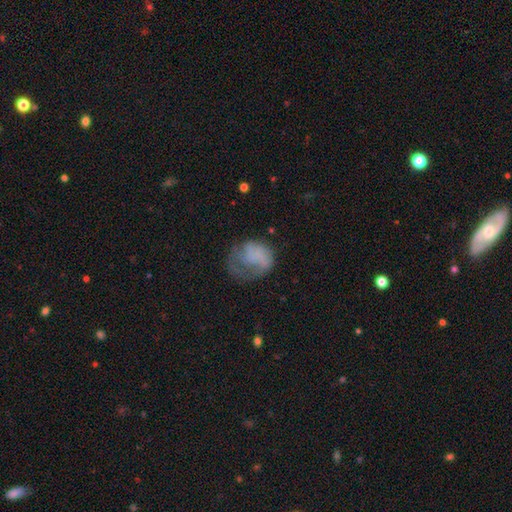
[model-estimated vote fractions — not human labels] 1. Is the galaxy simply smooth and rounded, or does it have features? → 52% smooth, 37% featured or disk, 11% star or artifact.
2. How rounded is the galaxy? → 60% round, 39% in between, 1% cigar-shaped.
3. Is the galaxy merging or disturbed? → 43% major disturbance, 31% none, 24% minor disturbance, 2% merger.